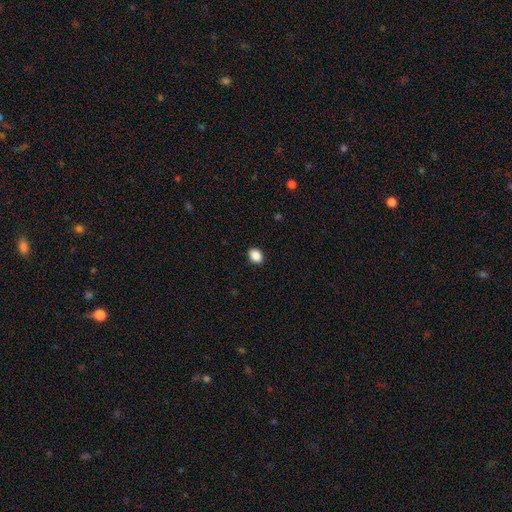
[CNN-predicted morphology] smooth 89%, star or artifact 9%, featured or disk 3%. Down the decision tree: how rounded — in between (69%); merging — none (88%).